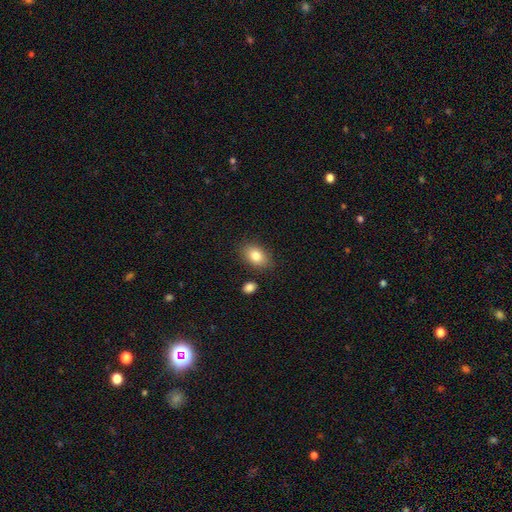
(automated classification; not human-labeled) This appears to be a smooth galaxy with no disk features (83%) that is in between round and cigar-shaped (85%). Merging: none (82%).